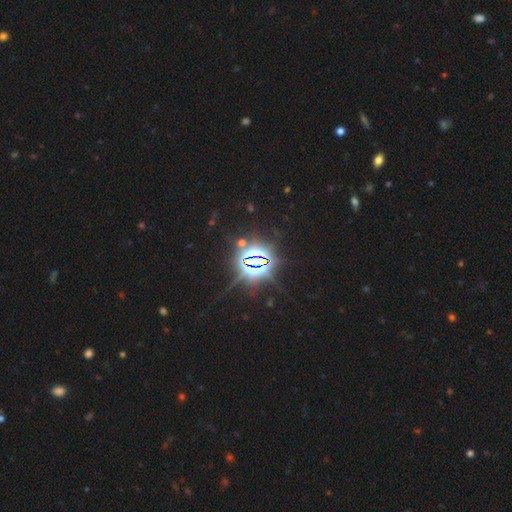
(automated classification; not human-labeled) Morphology: type=star or artifact (84%).